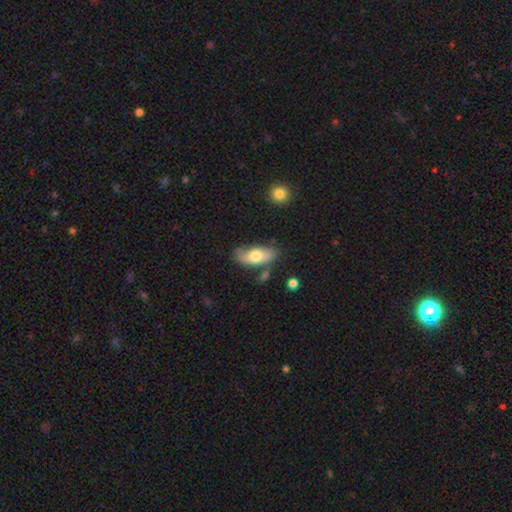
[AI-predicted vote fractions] Smooth or featured?
  - smooth: 65% *
  - featured or disk: 29%
  - star or artifact: 6%
How rounded?
  - in between: 86% *
  - cigar-shaped: 11%
  - round: 3%
Merging?
  - none: 68% *
  - minor disturbance: 20%
  - merger: 7%
  - major disturbance: 5%